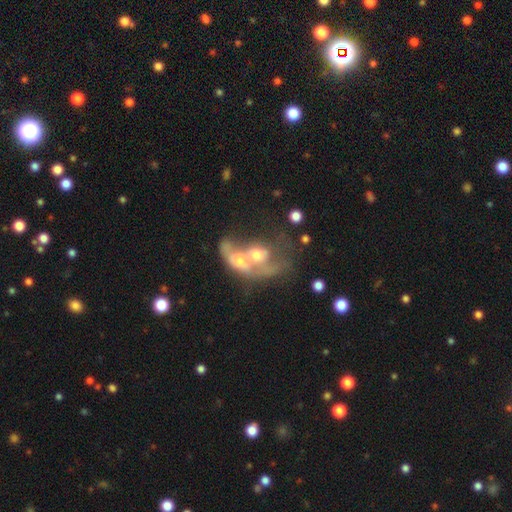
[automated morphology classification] Smooth or featured? Predicted: featured or disk (p=0.56). Edge-on disk? Predicted: no (p=0.93). Bar? Predicted: no (p=0.78). Spiral arms? Predicted: no (p=0.60). Bulge size? Predicted: moderate (p=0.60). Merging? Predicted: merger (p=0.78).